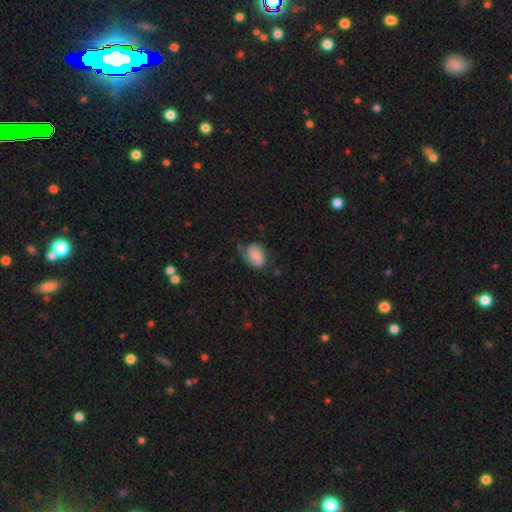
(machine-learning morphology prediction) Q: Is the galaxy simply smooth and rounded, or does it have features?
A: smooth — 52%.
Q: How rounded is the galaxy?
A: in between — 75%.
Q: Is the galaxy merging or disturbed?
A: none — 44%.